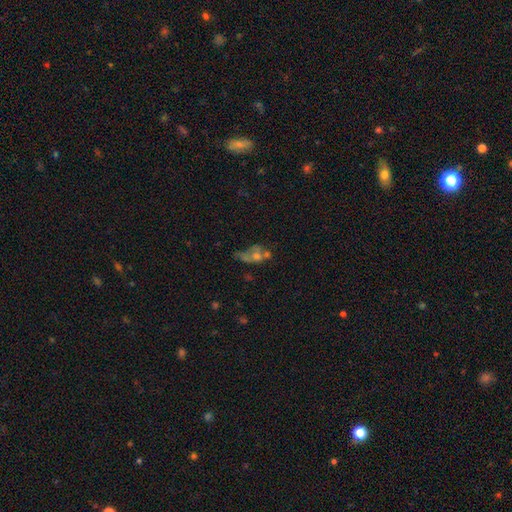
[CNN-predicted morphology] A featured or disk galaxy (42%).

Vote fractions:
- Smooth or featured? featured or disk: 42% / smooth: 37% / star or artifact: 21%
- Merging? merger: 31% / none: 27% / major disturbance: 26% / minor disturbance: 15%